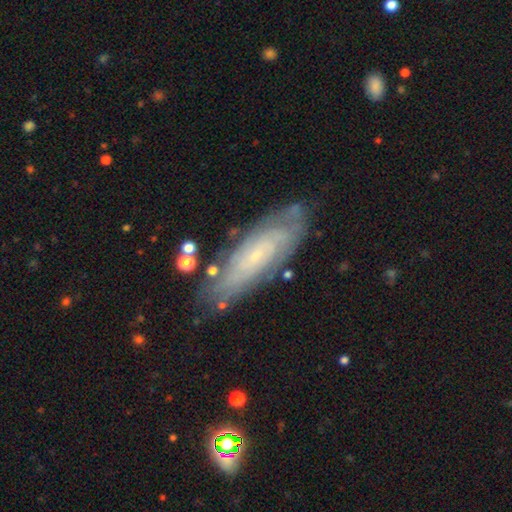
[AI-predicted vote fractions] Morphology: type=featured or disk (68%); edge-on=no (81%); bar=no (73%); spiral arms=yes (83%); bulge=small (83%); merging=none (76%).